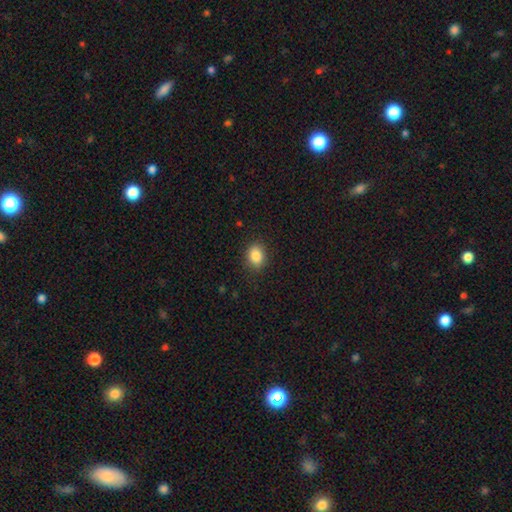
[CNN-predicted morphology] smooth-or-featured: smooth: 87% | star or artifact: 9% | featured or disk: 4%
  how-rounded: in between: 63% | round: 36% | cigar-shaped: 1%
  merging: none: 87% | minor disturbance: 10% | major disturbance: 3% | merger: 1%